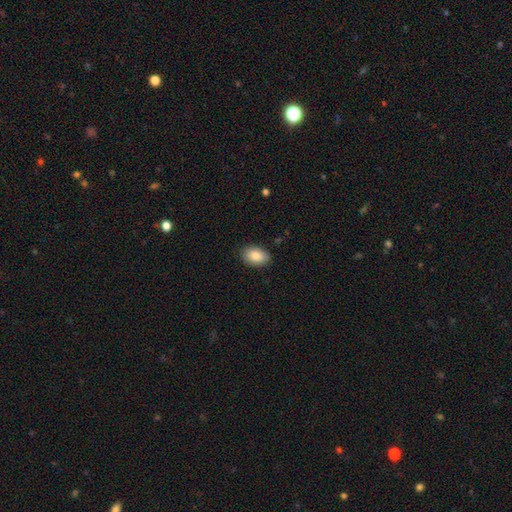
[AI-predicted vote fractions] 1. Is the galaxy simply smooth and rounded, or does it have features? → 87% smooth, 7% star or artifact, 6% featured or disk.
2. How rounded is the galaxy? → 89% in between, 10% round, 1% cigar-shaped.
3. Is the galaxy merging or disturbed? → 86% none, 11% minor disturbance, 2% major disturbance, 1% merger.